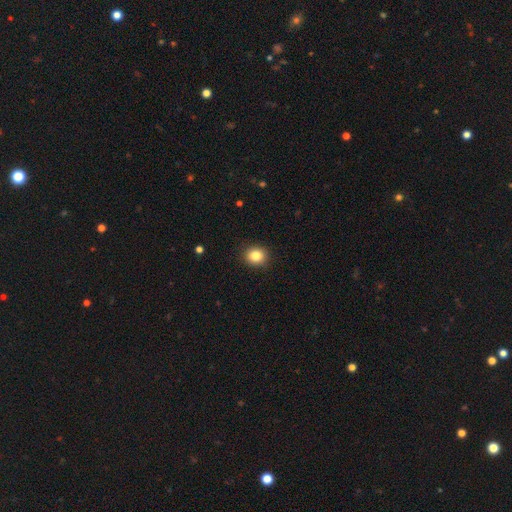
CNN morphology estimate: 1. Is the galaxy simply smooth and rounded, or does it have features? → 84% smooth, 10% star or artifact, 6% featured or disk.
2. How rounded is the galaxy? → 77% round, 22% in between, 1% cigar-shaped.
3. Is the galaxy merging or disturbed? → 91% none, 6% minor disturbance, 2% major disturbance, 1% merger.